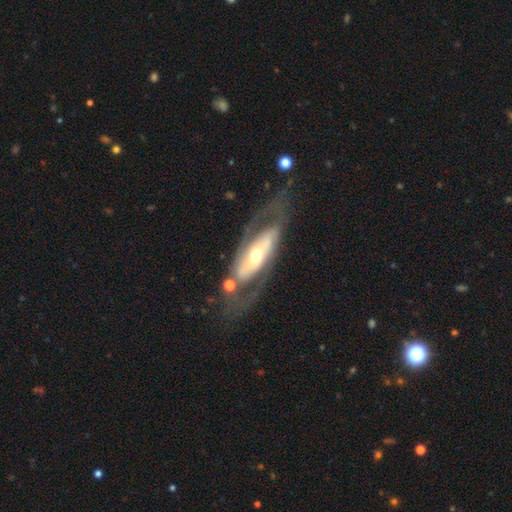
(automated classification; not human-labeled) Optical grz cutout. It shows a featured or disk galaxy (79%) with no bar (43%), spiral arms (70%) and a moderate central bulge (62%). Merging: none (64%).